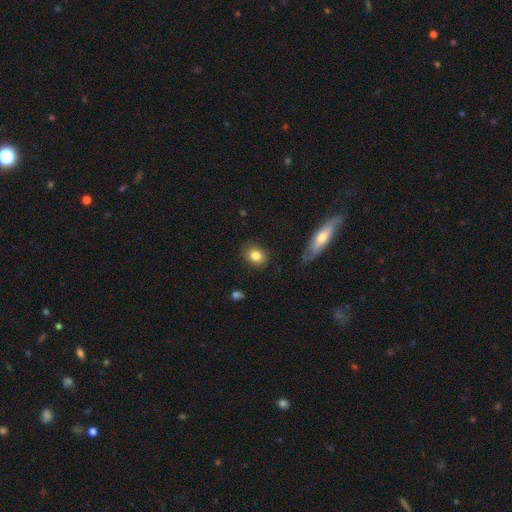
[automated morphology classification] Q: Smooth or featured?
A: smooth (83%); runner-up: star or artifact (9%)
Q: How rounded?
A: round (53%); runner-up: in between (45%)
Q: Merging?
A: none (83%); runner-up: minor disturbance (12%)